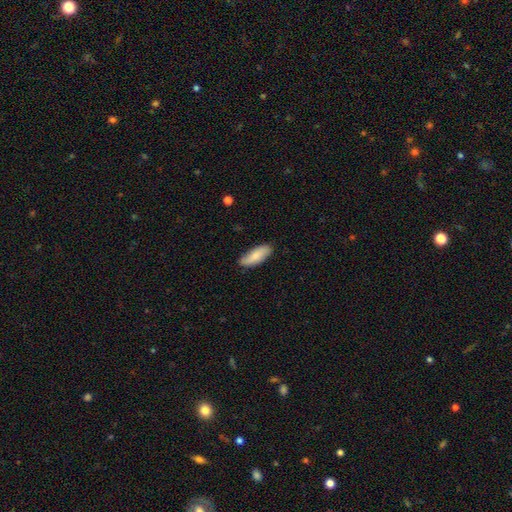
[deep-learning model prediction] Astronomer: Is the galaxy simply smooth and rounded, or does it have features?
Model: smooth — 76%.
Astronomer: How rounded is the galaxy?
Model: in between — 73%.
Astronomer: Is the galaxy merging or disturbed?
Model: none — 83%.